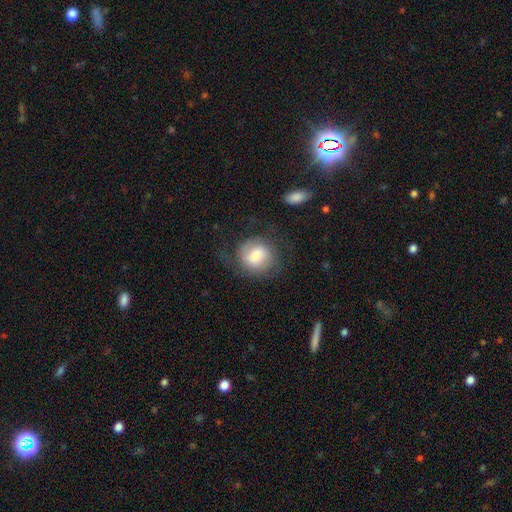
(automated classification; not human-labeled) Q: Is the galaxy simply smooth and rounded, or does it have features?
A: smooth — 55%.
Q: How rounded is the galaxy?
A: round — 77%.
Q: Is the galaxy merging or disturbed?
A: none — 63%.